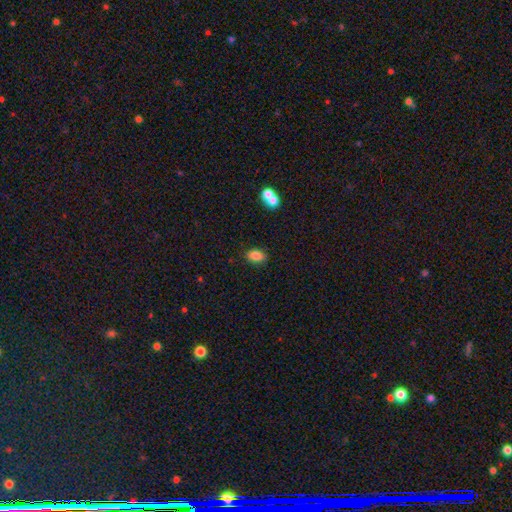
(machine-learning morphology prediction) type=smooth (84%); roundness=in between (87%); merging=none (83%).